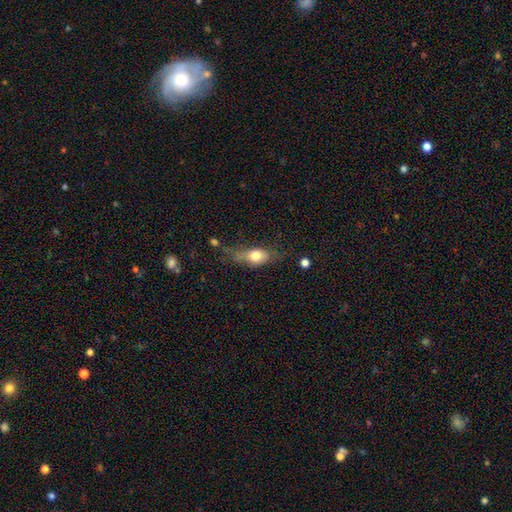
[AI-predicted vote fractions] Smooth or featured? smooth (70%)
How rounded? in between (71%)
Merging? none (45%)